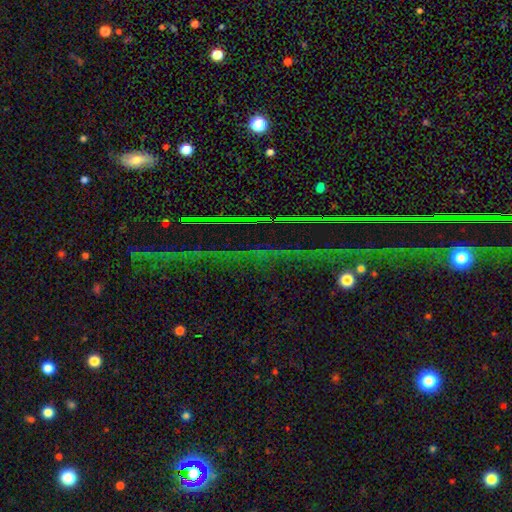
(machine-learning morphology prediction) smooth_or_featured: star or artifact (p=0.81) [alt: featured or disk p=0.10]